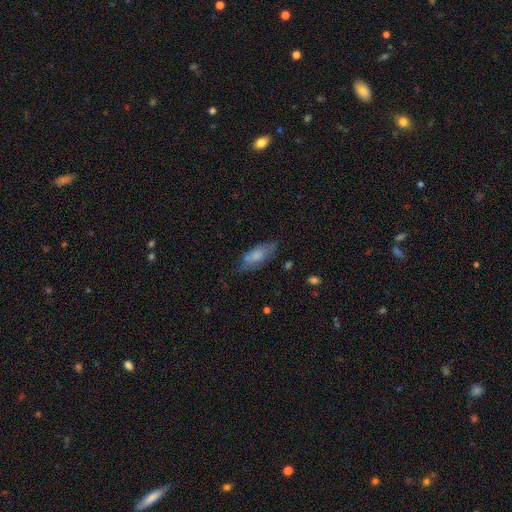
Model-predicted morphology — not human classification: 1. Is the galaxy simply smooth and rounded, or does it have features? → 69% smooth, 24% featured or disk, 7% star or artifact.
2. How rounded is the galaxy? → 75% in between, 23% cigar-shaped, 2% round.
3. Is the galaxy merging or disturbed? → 58% none, 27% minor disturbance, 9% major disturbance, 6% merger.